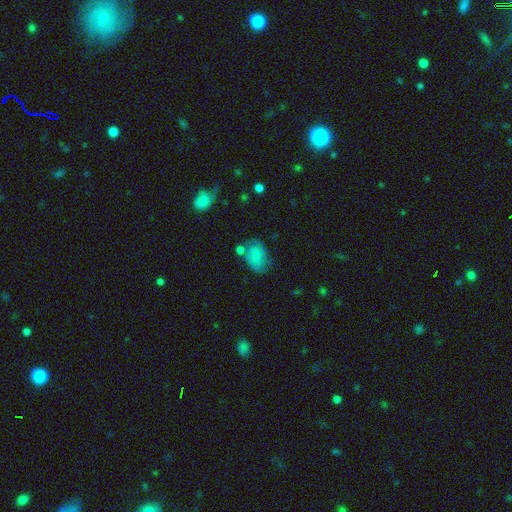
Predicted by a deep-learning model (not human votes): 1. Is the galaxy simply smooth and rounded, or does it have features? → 64% smooth, 27% featured or disk, 9% star or artifact.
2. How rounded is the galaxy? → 77% in between, 22% round, 1% cigar-shaped.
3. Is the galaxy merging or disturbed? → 54% none, 24% minor disturbance, 12% merger, 10% major disturbance.